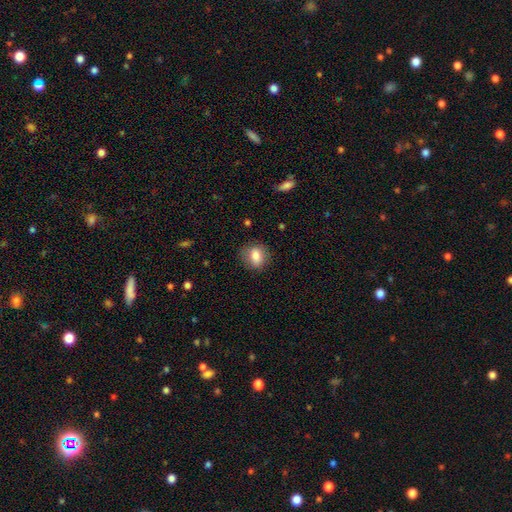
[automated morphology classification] smooth 80%, featured or disk 12%, star or artifact 9%. Down the decision tree: how rounded — round (56%); merging — none (82%).